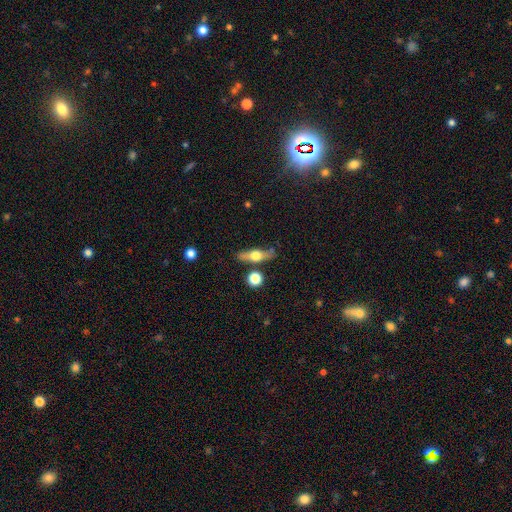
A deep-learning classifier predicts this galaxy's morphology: Smooth or featured: featured or disk — 51% (smooth — 42%)
Edge-on disk: yes — 87% (no — 13%)
Merging: none — 76% (minor disturbance — 13%)